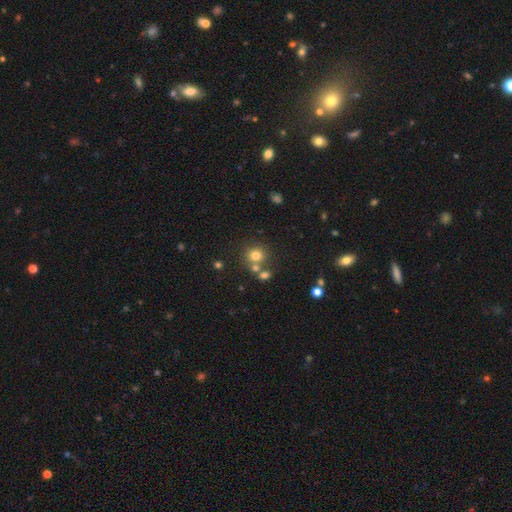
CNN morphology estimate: This appears to be a smooth galaxy with no disk features (75%) that is round (84%). Merging: none (64%).